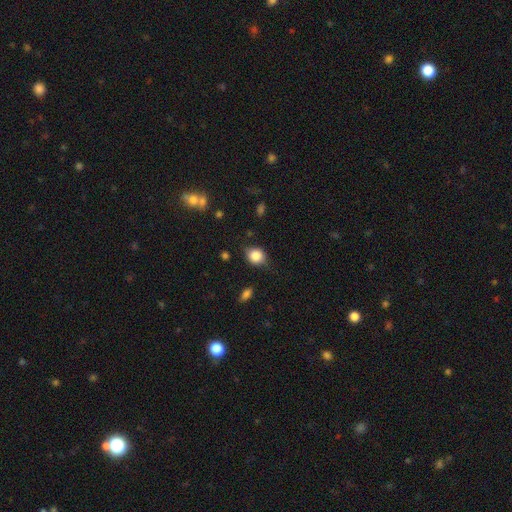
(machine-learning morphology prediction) smooth 82%, star or artifact 9%, featured or disk 8%. Down the decision tree: how rounded — round (61%); merging — none (70%).